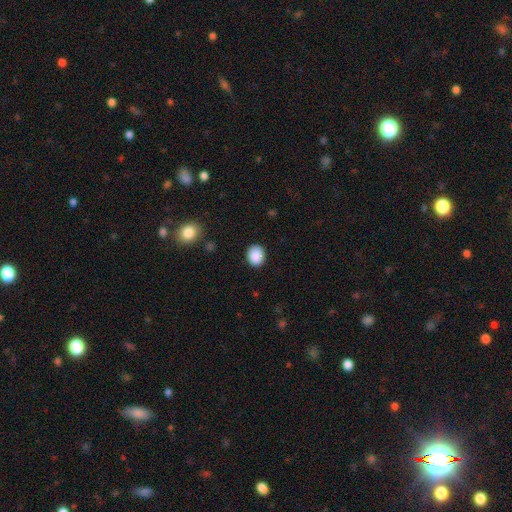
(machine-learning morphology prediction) This appears to be a smooth galaxy with no disk features (89%) that is round (56%). Merging: none (87%).